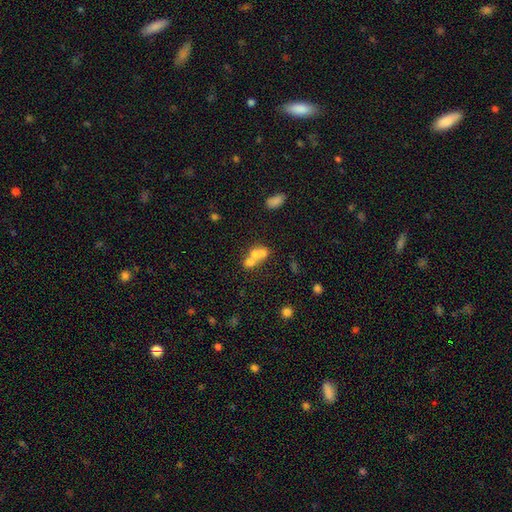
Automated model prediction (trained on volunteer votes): Smooth or featured?
  - smooth: 59% *
  - featured or disk: 28%
  - star or artifact: 13%
How rounded?
  - round: 63% *
  - in between: 35%
  - cigar-shaped: 2%
Merging?
  - merger: 66% *
  - none: 24%
  - minor disturbance: 6%
  - major disturbance: 4%